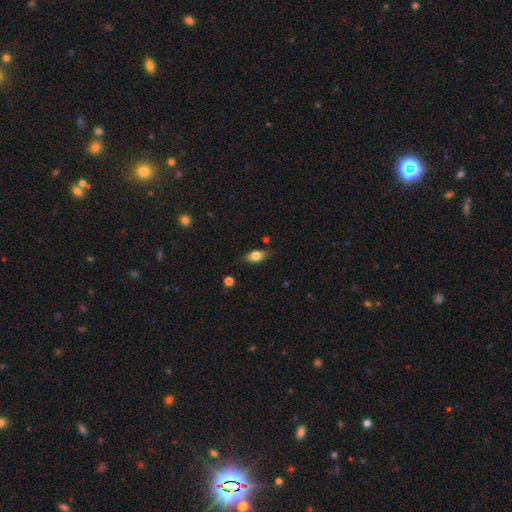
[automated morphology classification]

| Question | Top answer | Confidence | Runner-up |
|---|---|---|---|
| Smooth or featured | smooth | 76% | featured or disk (16%) |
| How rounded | in between | 82% | round (10%) |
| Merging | none | 80% | minor disturbance (15%) |